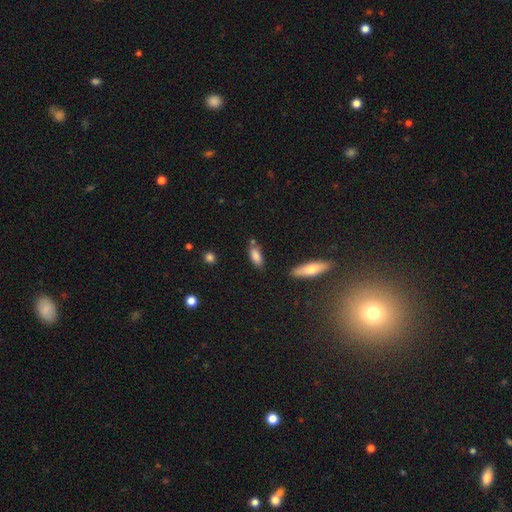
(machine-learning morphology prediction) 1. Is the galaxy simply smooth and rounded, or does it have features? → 83% smooth, 10% featured or disk, 7% star or artifact.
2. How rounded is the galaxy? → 74% in between, 24% cigar-shaped, 2% round.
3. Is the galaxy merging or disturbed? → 69% none, 17% minor disturbance, 10% merger, 4% major disturbance.